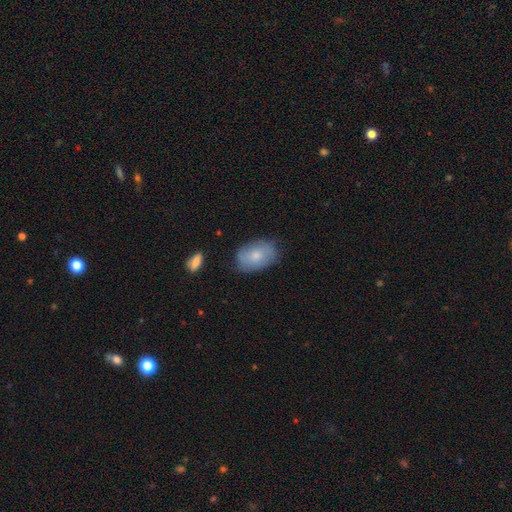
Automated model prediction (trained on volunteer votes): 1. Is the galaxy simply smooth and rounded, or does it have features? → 71% smooth, 22% featured or disk, 7% star or artifact.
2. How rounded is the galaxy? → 86% in between, 13% round, 1% cigar-shaped.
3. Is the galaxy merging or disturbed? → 75% none, 19% minor disturbance, 4% major disturbance, 2% merger.